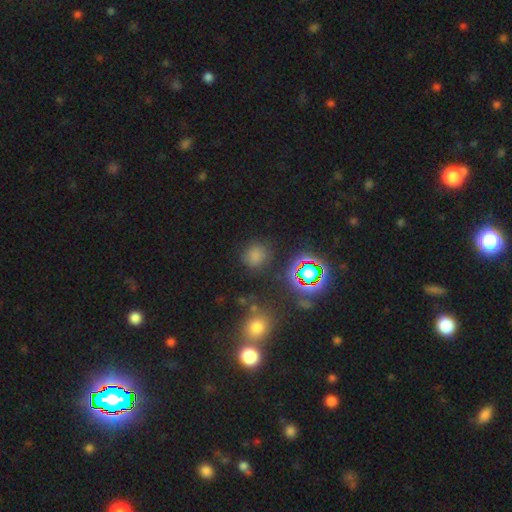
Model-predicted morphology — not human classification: smooth-or-featured: smooth: 67% | star or artifact: 26% | featured or disk: 7%
  how-rounded: round: 82% | in between: 16% | cigar-shaped: 1%
  merging: none: 81% | minor disturbance: 11% | major disturbance: 5% | merger: 3%